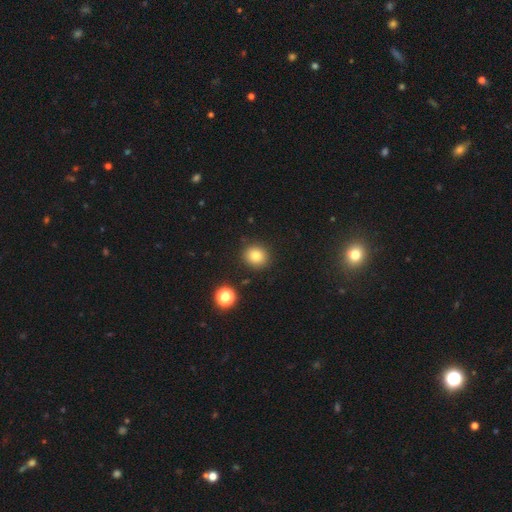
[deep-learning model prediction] smooth-or-featured: smooth: 81% | star or artifact: 12% | featured or disk: 7%
  how-rounded: round: 85% | in between: 14% | cigar-shaped: 1%
  merging: none: 89% | minor disturbance: 7% | major disturbance: 2% | merger: 2%